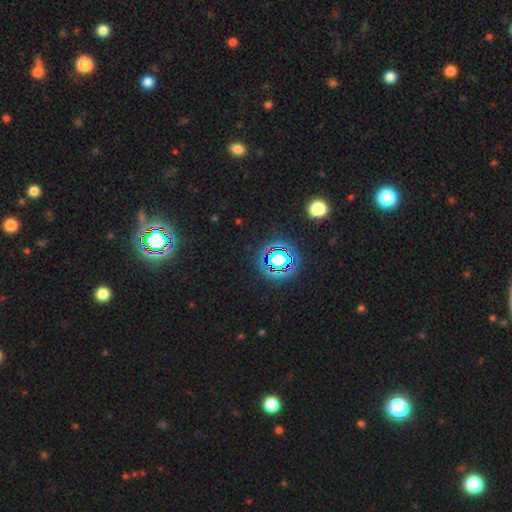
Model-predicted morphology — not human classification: Smooth or featured: star or artifact — 81% (smooth — 12%)